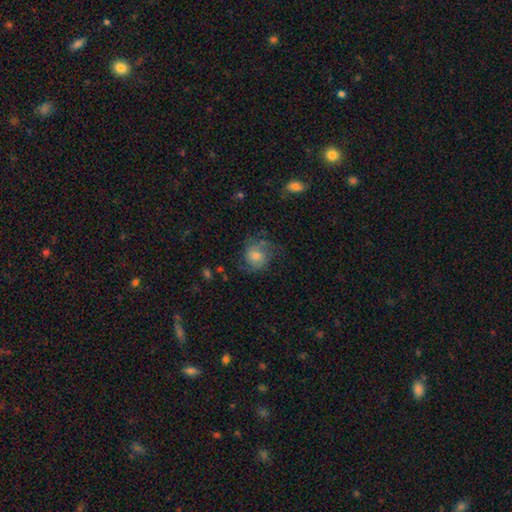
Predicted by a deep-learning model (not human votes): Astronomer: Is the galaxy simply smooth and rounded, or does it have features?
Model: featured or disk — 58%.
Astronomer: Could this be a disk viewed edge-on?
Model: no — 97%.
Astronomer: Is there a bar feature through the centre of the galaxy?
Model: no — 68%.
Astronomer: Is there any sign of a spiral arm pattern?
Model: yes — 90%.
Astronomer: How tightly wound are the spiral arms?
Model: medium — 47% (runner-up: loose, 27%).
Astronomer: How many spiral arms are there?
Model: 2 — 68%.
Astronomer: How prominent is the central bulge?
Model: moderate — 48% (runner-up: small, 29%).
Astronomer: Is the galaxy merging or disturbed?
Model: none — 66%.